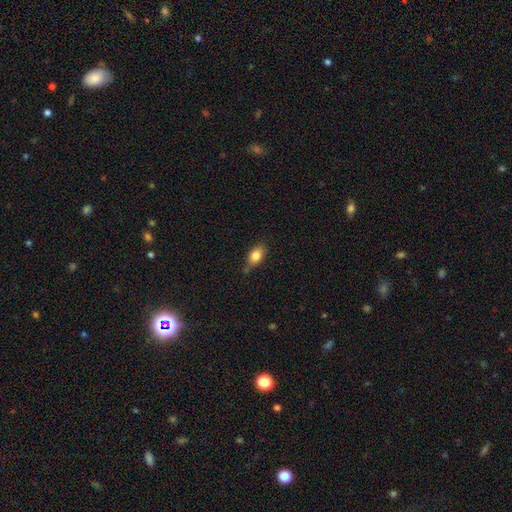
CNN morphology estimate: smooth-or-featured: smooth: 81% | featured or disk: 10% | star or artifact: 8%
  how-rounded: in between: 83% | round: 12% | cigar-shaped: 5%
  merging: none: 67% | minor disturbance: 24% | major disturbance: 4% | merger: 4%